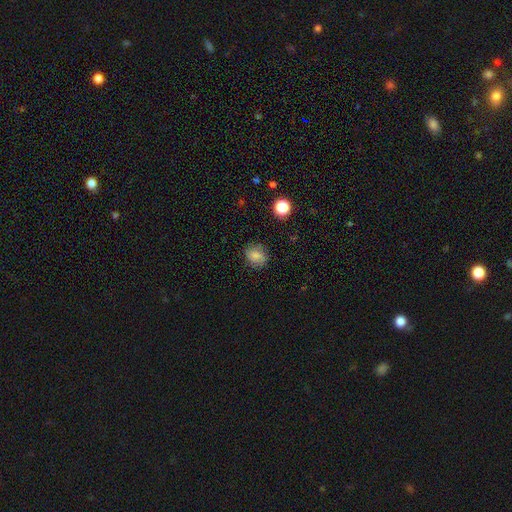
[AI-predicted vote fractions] Smooth or featured? Predicted: smooth (p=0.75). How rounded? Predicted: round (p=0.67). Merging? Predicted: none (p=0.81).